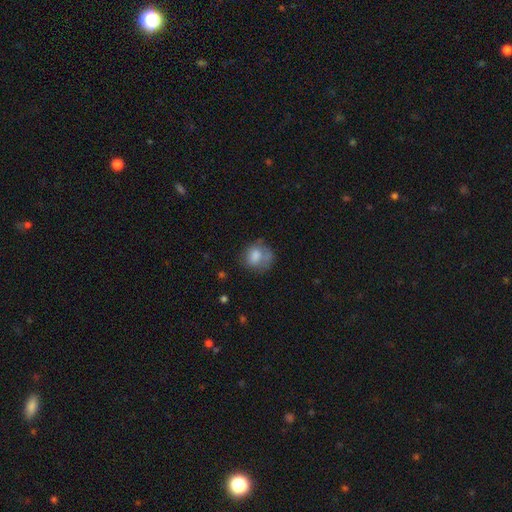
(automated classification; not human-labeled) Smooth or featured?
  - smooth: 73% *
  - featured or disk: 18%
  - star or artifact: 9%
How rounded?
  - round: 66% *
  - in between: 33%
  - cigar-shaped: 1%
Merging?
  - none: 50% *
  - minor disturbance: 27%
  - major disturbance: 18%
  - merger: 5%